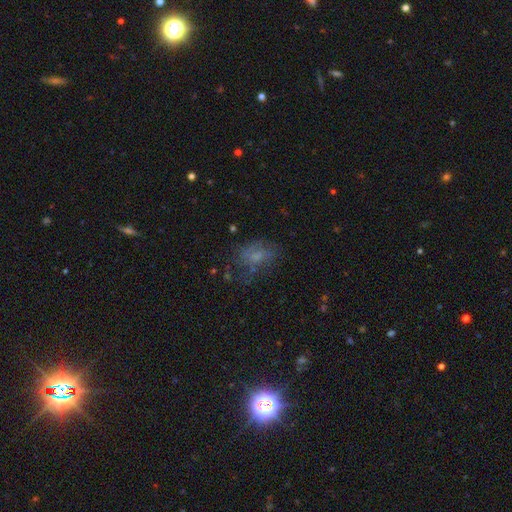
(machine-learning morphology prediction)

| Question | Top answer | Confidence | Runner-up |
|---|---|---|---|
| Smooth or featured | smooth | 44% | featured or disk (39%) |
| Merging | none | 47% | major disturbance (26%) |